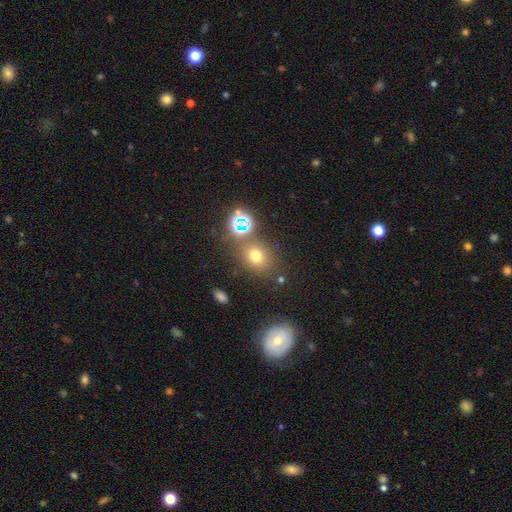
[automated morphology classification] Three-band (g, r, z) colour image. It shows a smooth galaxy with no disk features (66%) that is round (61%). Merging: none (73%).